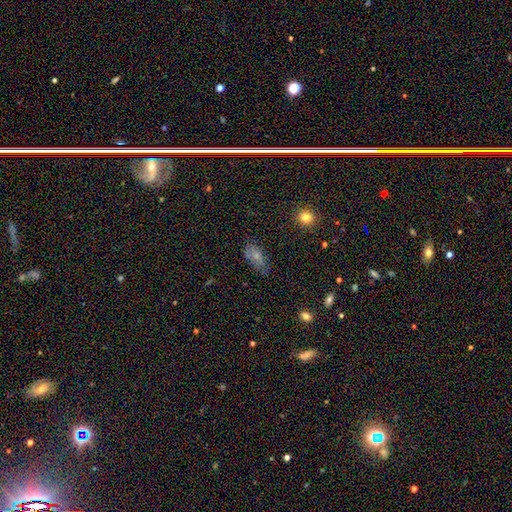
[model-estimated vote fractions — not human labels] Smooth or featured? smooth (69%)
How rounded? in between (88%)
Merging? none (65%)